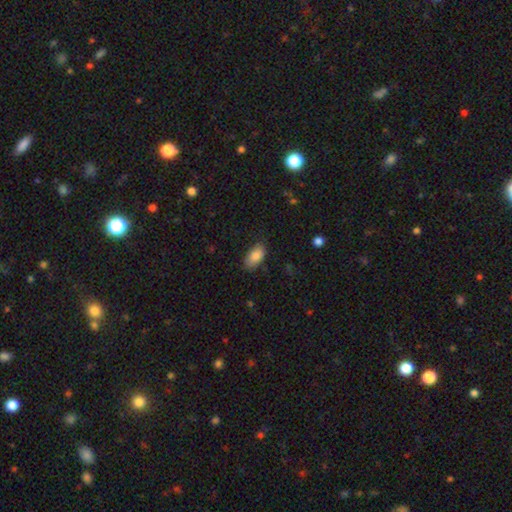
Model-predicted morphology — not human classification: The model was most divided on "merging": none: 77%, minor disturbance: 18%, major disturbance: 4%, merger: 1%. More confident: how rounded — in between (93%); smooth or featured — smooth (87%).